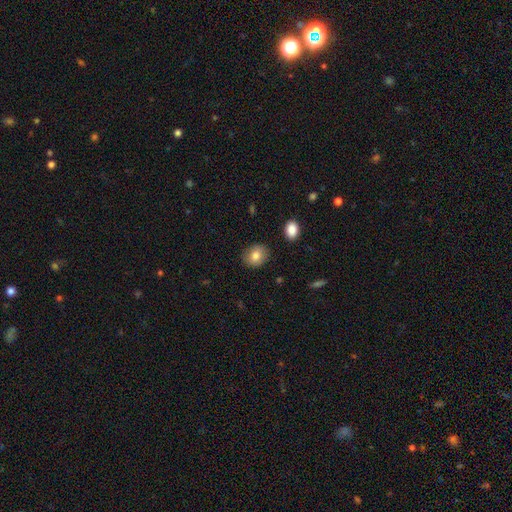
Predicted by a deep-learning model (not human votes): A smooth galaxy with no disk features (80%) that is round (60%). Merging: none (86%).